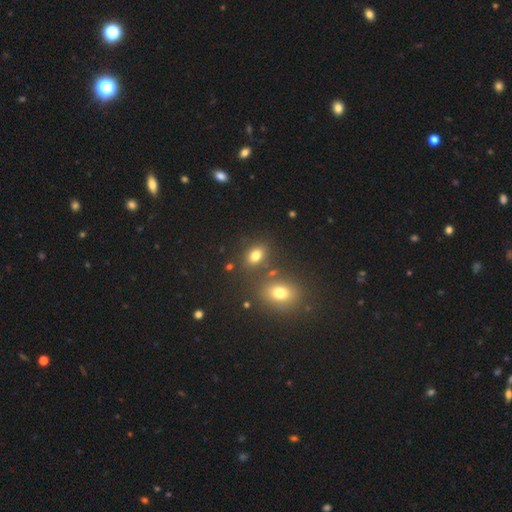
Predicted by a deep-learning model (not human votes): Morphology: type=smooth (77%); roundness=in between (74%); merging=none (74%).